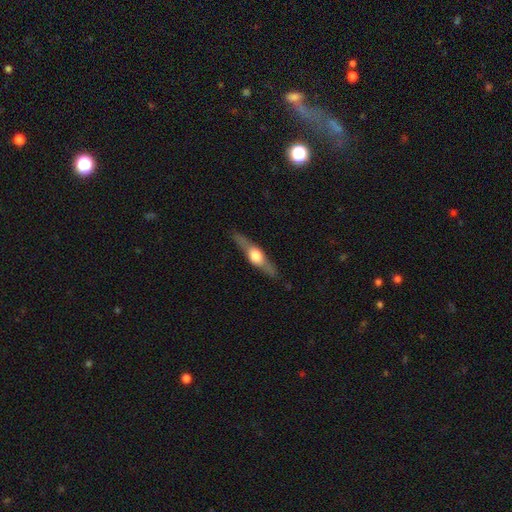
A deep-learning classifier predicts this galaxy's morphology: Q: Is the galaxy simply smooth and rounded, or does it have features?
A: featured or disk — 72%.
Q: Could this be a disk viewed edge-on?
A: yes — 96%.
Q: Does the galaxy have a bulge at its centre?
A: rounded — 92%.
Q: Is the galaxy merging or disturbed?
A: none — 86%.